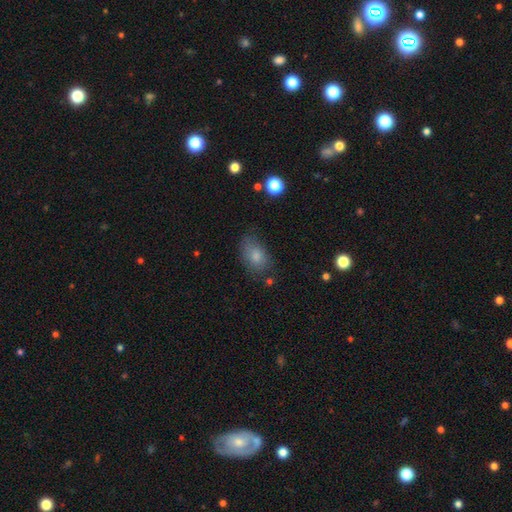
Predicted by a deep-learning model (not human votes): This appears to be a smooth galaxy with no disk features (79%) that is in between round and cigar-shaped (86%). Merging: none (63%).